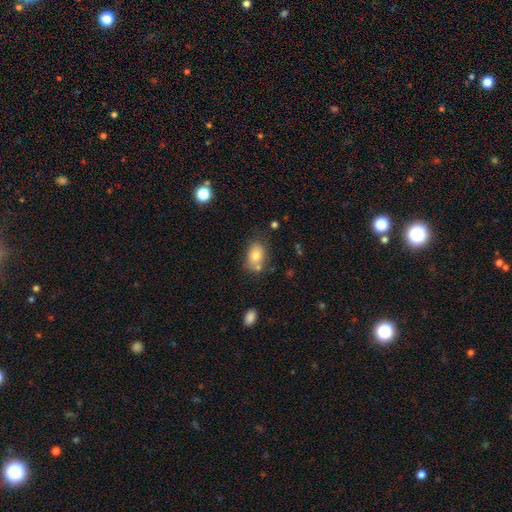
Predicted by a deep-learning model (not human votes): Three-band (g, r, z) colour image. It shows a smooth galaxy with no disk features (78%) that is in between round and cigar-shaped (75%). Merging: none (61%).